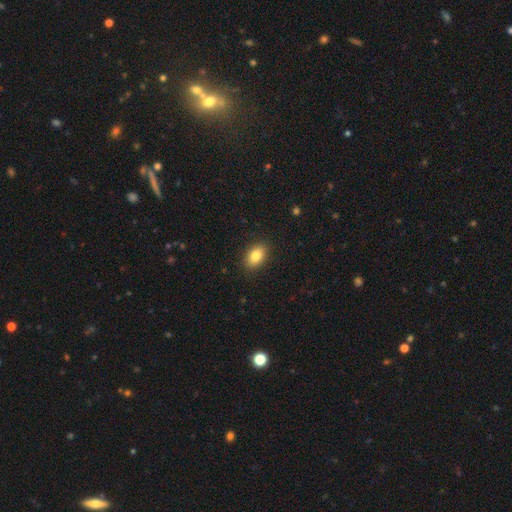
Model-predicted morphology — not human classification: Overall: smooth (84%). How rounded: in between (87%). Merging: none (89%).